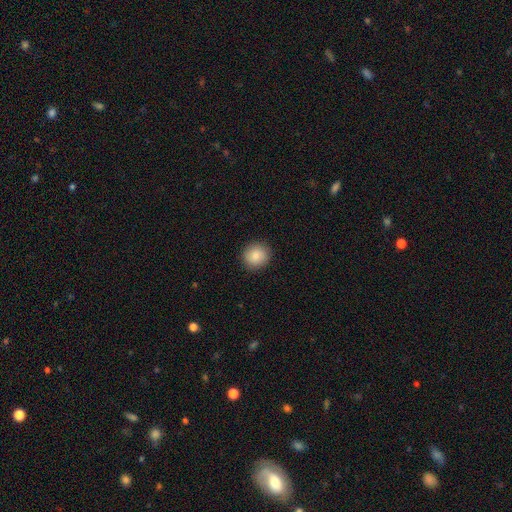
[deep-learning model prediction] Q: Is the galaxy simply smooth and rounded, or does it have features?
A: smooth — 87%.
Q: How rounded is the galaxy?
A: round — 89%.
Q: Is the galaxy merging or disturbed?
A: none — 91%.